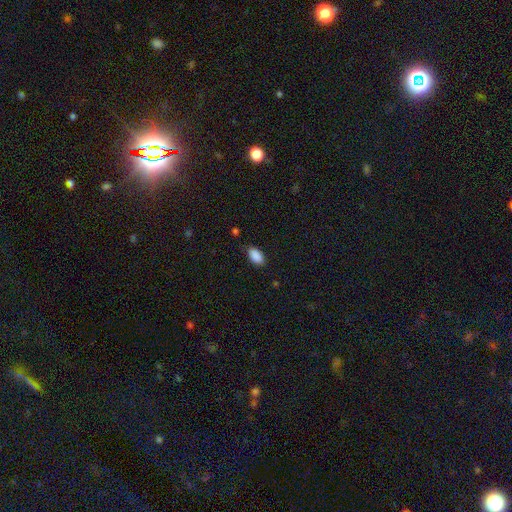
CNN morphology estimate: Smooth or featured? smooth (89%)
How rounded? in between (94%)
Merging? none (79%)